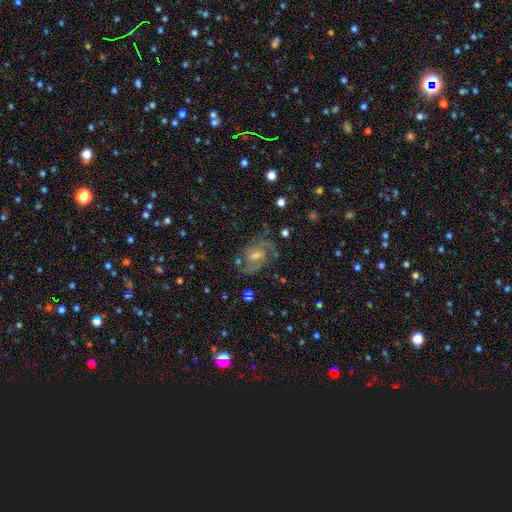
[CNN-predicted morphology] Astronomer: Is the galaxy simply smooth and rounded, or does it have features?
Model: featured or disk — 70%.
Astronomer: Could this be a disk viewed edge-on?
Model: no — 96%.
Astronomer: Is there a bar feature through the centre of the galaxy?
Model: weak — 49% (runner-up: no, 40%).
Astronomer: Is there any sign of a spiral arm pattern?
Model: yes — 89%.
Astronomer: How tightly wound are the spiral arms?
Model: medium — 47% (runner-up: tight, 36%).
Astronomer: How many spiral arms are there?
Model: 2 — 40% (runner-up: can't tell, 29%).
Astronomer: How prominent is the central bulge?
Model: moderate — 49% (runner-up: small, 37%).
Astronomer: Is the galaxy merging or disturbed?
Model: none — 67%.